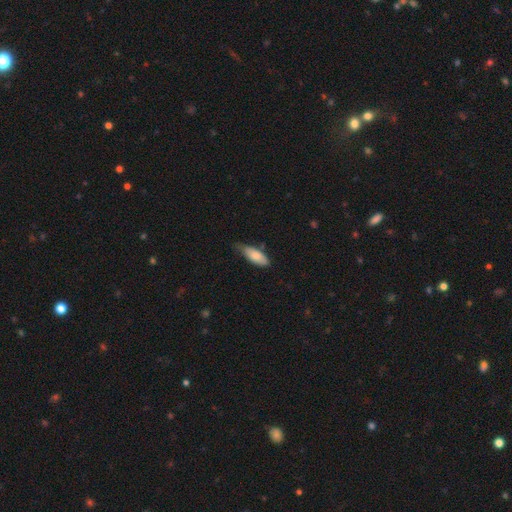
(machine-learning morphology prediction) The model was most divided on "merging": none: 50%, minor disturbance: 41%, major disturbance: 6%, merger: 2%. More confident: smooth or featured — smooth (81%); how rounded — in between (75%).